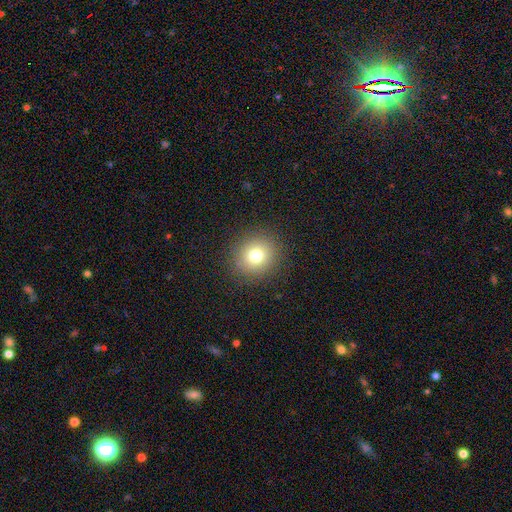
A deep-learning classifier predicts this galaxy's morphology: smooth_or_featured: smooth (p=0.77) [alt: star or artifact p=0.13]
how_rounded: round (p=0.83) [alt: in between p=0.16]
merging: none (p=0.90) [alt: minor disturbance p=0.07]